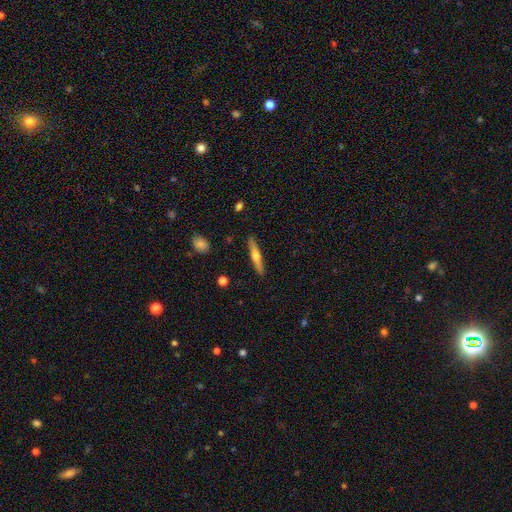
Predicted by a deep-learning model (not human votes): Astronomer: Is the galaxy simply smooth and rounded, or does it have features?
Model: featured or disk — 51% (runner-up: smooth, 42%).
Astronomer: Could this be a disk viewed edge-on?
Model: yes — 95%.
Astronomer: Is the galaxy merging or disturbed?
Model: none — 90%.